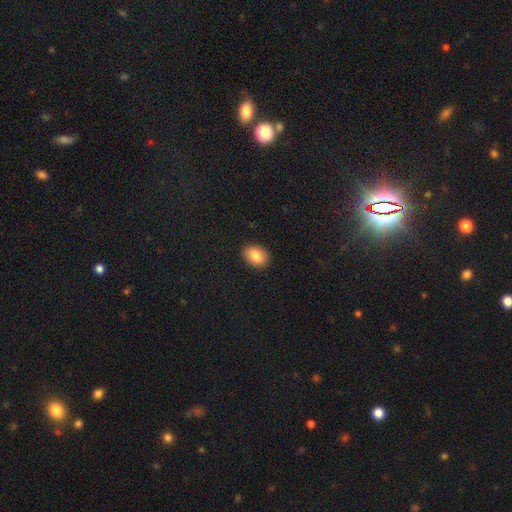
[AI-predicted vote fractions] smooth 85%, star or artifact 8%, featured or disk 7%. Down the decision tree: how rounded — in between (78%); merging — none (90%).